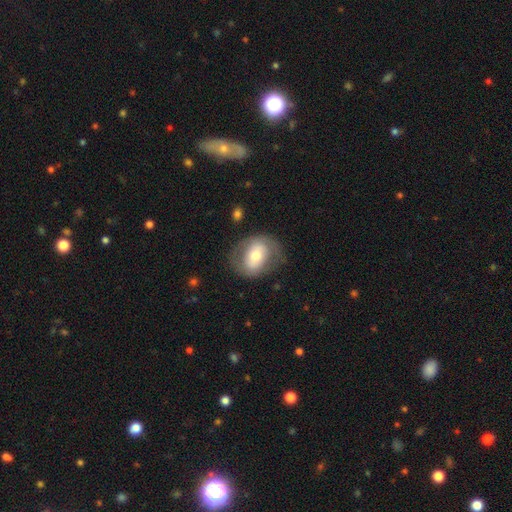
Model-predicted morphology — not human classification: This is possibly a featured or disk galaxy (48%). Merging: likely none (72%).